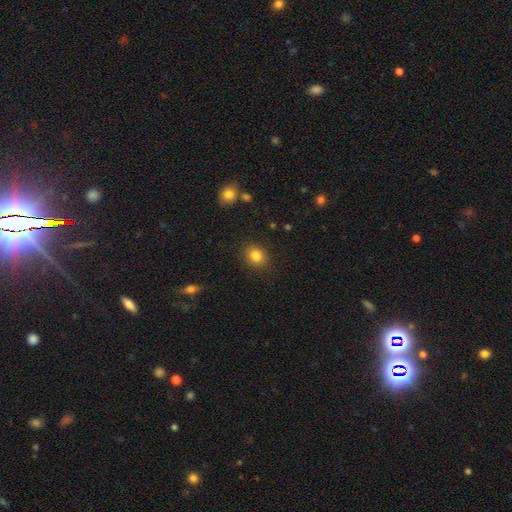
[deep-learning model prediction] Smooth or featured?
  - smooth: 84% *
  - star or artifact: 11%
  - featured or disk: 6%
How rounded?
  - round: 67% *
  - in between: 32%
  - cigar-shaped: 1%
Merging?
  - none: 88% *
  - minor disturbance: 8%
  - major disturbance: 3%
  - merger: 1%